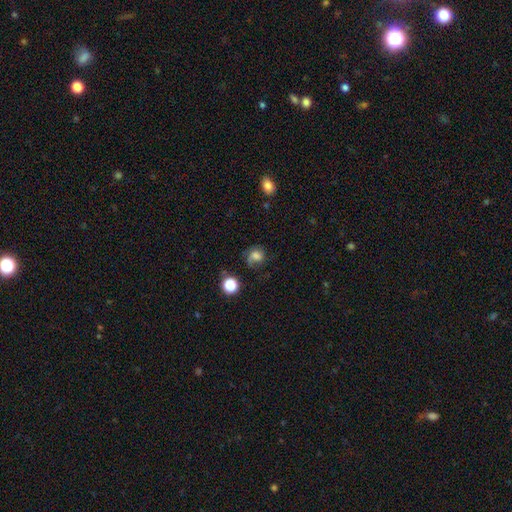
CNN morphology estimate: Q: Smooth or featured?
A: smooth (62%); runner-up: featured or disk (22%)
Q: How rounded?
A: round (68%); runner-up: in between (31%)
Q: Merging?
A: none (51%); runner-up: minor disturbance (25%)